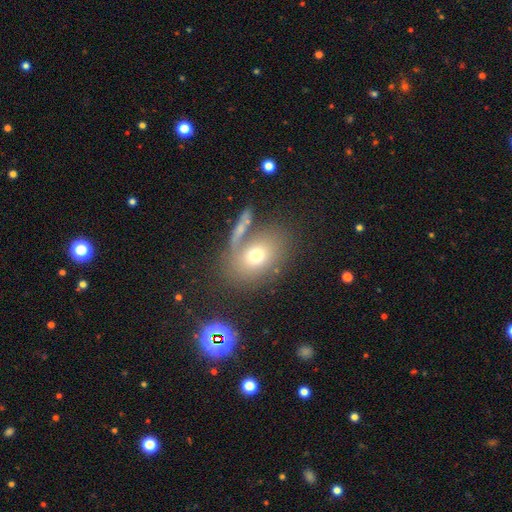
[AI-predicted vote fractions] A smooth galaxy with no disk features (65%) that is in between round and cigar-shaped (64%).

Vote fractions:
- Smooth or featured? smooth: 65% / featured or disk: 23% / star or artifact: 12%
- How rounded? in between: 64% / round: 35% / cigar-shaped: 2%
- Merging? none: 57% / merger: 18% / minor disturbance: 14% / major disturbance: 11%